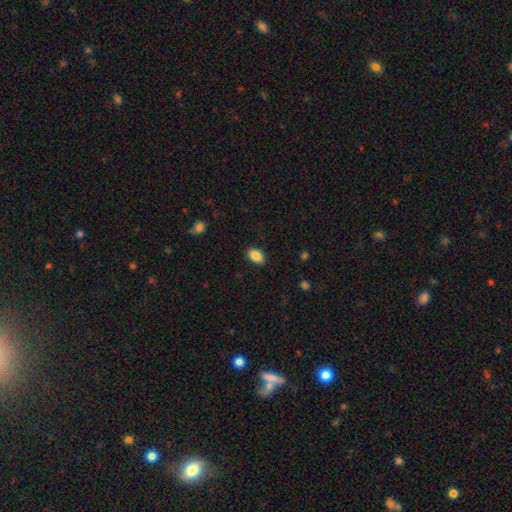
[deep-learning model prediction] Smooth or featured? smooth (87%)
How rounded? in between (90%)
Merging? none (88%)